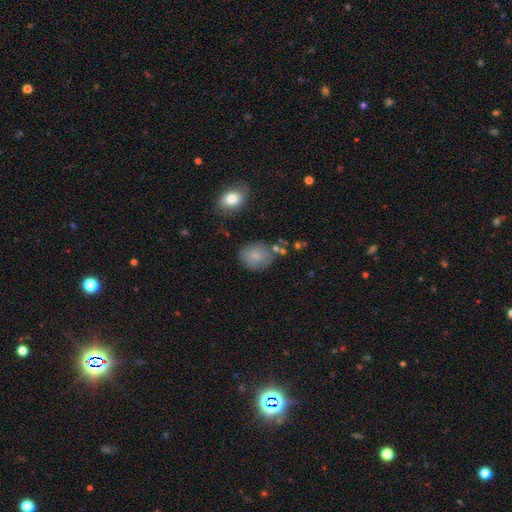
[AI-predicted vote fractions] This is likely a smooth galaxy (78%). How rounded: possibly round (57%). Merging: likely none (71%).